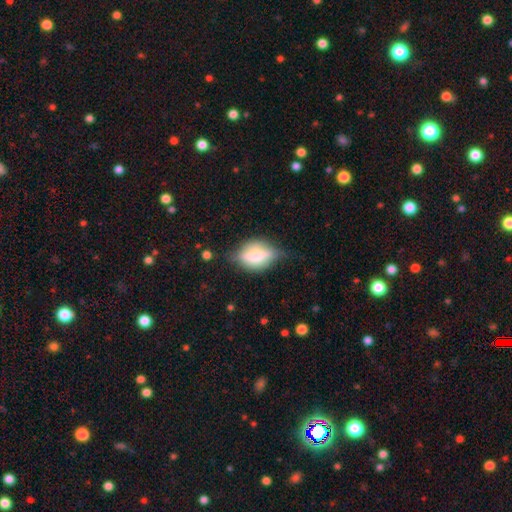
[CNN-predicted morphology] Smooth or featured: featured or disk — 49% (smooth — 42%)
Merging: none — 60% (minor disturbance — 26%)